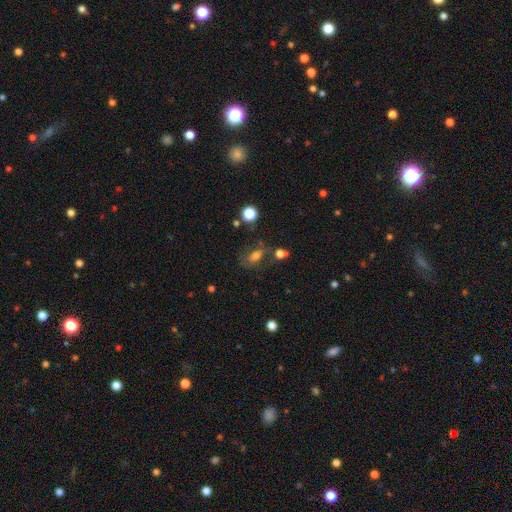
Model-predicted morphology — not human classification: This is possibly a smooth galaxy (60%). How rounded: likely in between (76%). Merging: possibly none (51%).